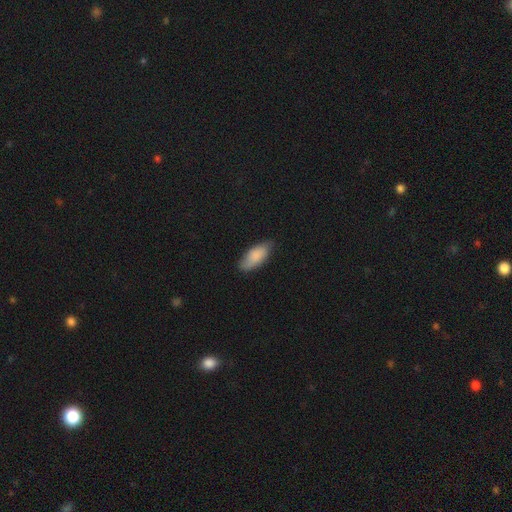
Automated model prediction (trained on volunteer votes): Overall: smooth (82%). How rounded: in between (84%). Merging: none (74%).